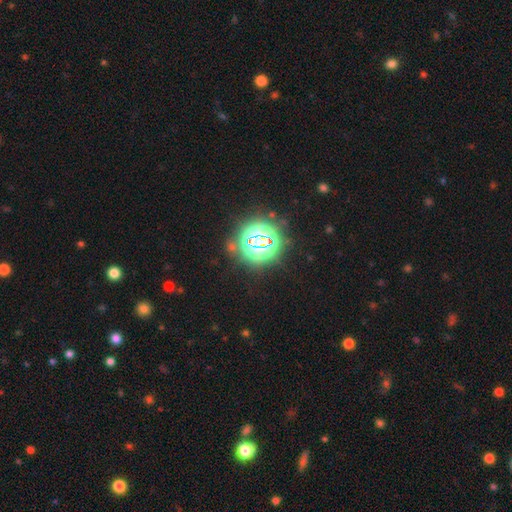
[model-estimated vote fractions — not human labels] smooth_or_featured: star or artifact (p=0.83) [alt: smooth p=0.11]